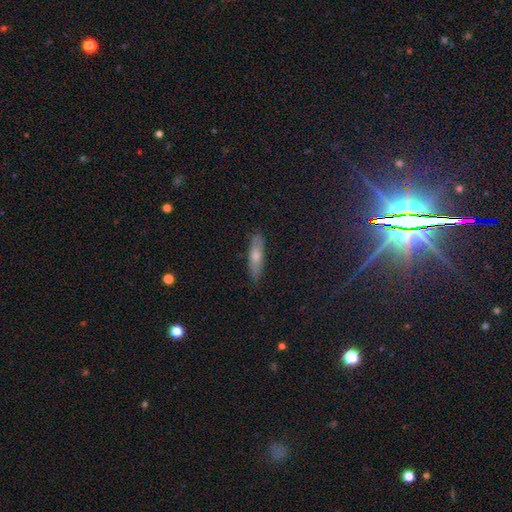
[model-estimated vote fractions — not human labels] Smooth or featured? smooth (52%)
How rounded? cigar-shaped (72%)
Merging? none (86%)